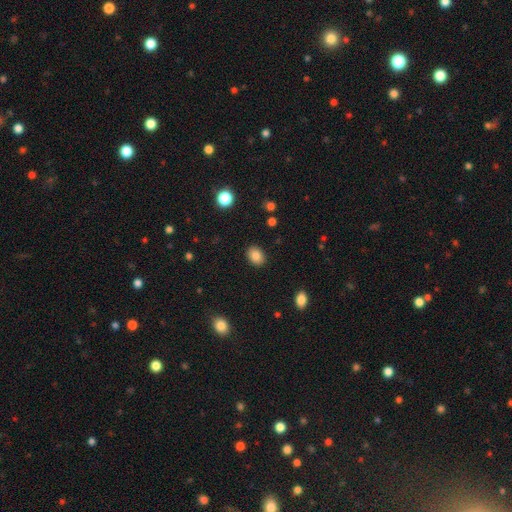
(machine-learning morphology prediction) Smooth or featured? Predicted: smooth (p=0.85). How rounded? Predicted: in between (p=0.65). Merging? Predicted: none (p=0.89).